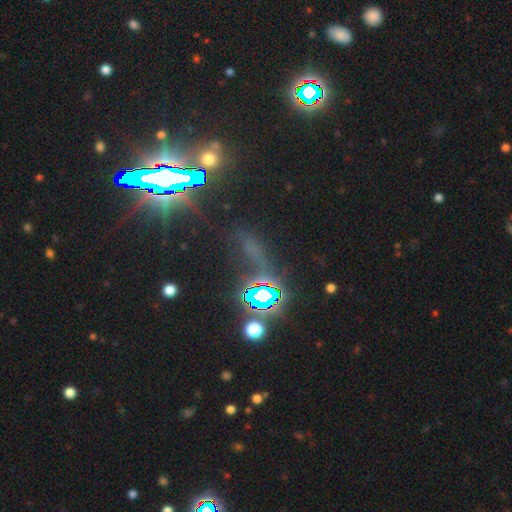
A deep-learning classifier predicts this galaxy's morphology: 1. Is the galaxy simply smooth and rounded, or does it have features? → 80% star or artifact, 11% smooth, 9% featured or disk.